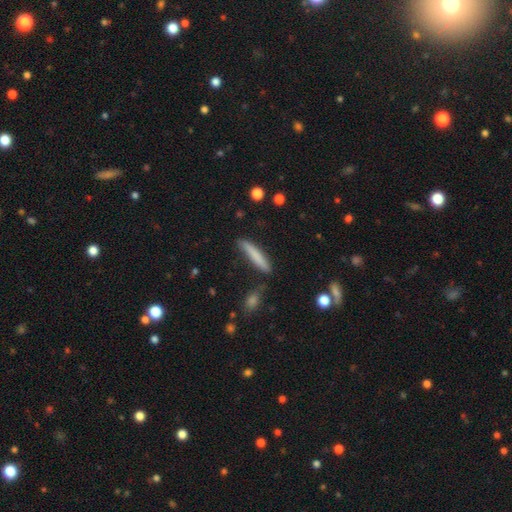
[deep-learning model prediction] A smooth galaxy with no disk features (76%) that is cigar-shaped (92%). Merging: none (79%).